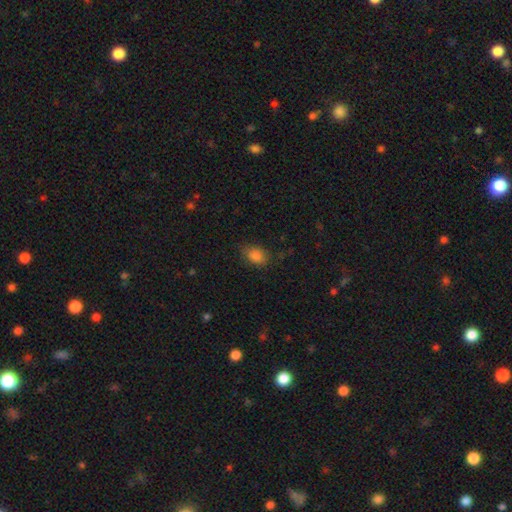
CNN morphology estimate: smooth 85%, star or artifact 10%, featured or disk 5%. Down the decision tree: how rounded — in between (78%); merging — none (79%).